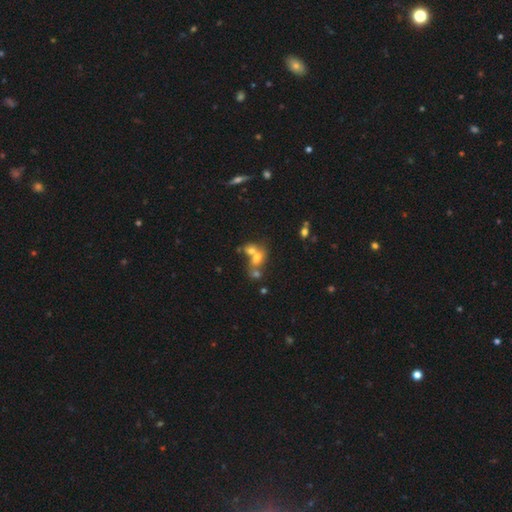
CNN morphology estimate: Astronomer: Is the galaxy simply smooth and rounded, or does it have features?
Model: smooth — 61%.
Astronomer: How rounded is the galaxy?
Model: in between — 52% (runner-up: round, 45%).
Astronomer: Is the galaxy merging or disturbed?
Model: merger — 61%.